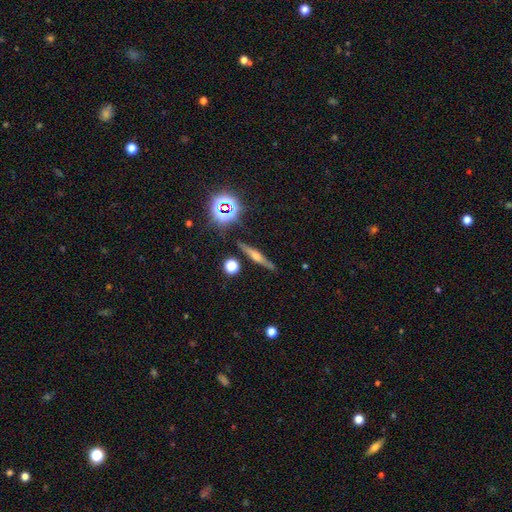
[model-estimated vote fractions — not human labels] featured or disk 60%, smooth 23%, star or artifact 17%. Down the decision tree: edge-on disk — yes (96%); edge-on bulge — rounded (83%); merging — none (88%).